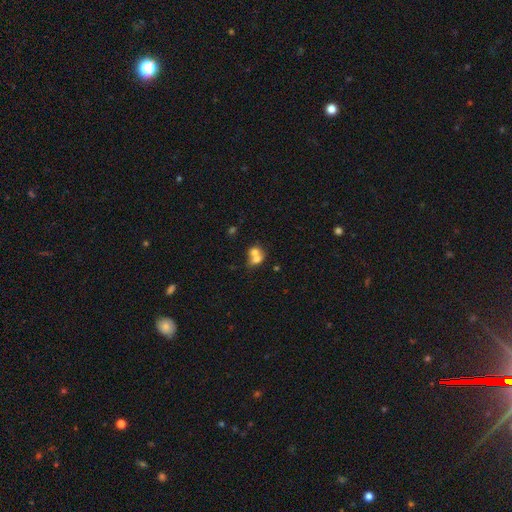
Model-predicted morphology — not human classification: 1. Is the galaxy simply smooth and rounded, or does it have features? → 67% smooth, 22% featured or disk, 11% star or artifact.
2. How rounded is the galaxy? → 59% round, 40% in between, 1% cigar-shaped.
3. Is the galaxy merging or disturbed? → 70% merger, 21% none, 6% minor disturbance, 3% major disturbance.